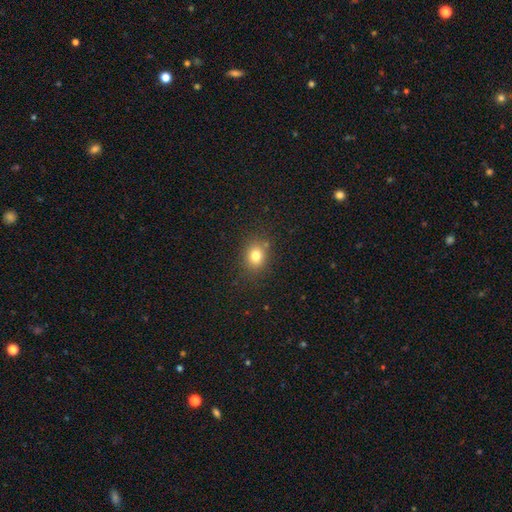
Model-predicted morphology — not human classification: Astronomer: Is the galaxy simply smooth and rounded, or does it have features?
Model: smooth — 77%.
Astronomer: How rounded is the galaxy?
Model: round — 61% (runner-up: in between, 38%).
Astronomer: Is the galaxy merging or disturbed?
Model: none — 81%.